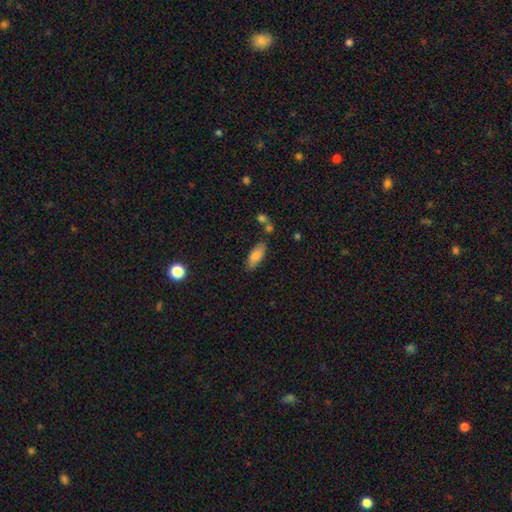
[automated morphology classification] Overall: smooth (79%). How rounded: in between (78%). Merging: none (76%).